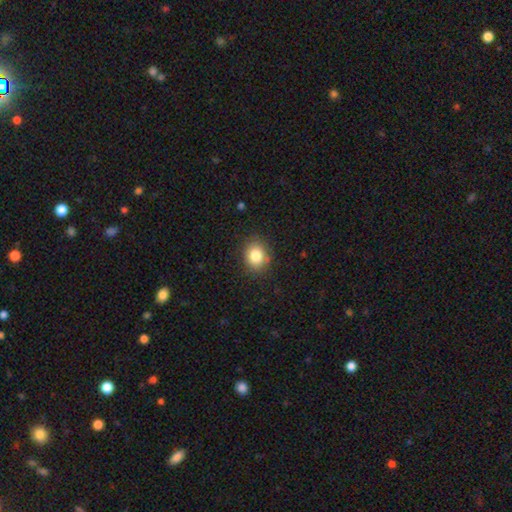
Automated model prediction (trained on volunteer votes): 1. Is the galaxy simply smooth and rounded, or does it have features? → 82% smooth, 11% star or artifact, 7% featured or disk.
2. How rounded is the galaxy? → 62% round, 37% in between, 1% cigar-shaped.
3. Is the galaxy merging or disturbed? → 85% none, 11% minor disturbance, 3% major disturbance, 1% merger.